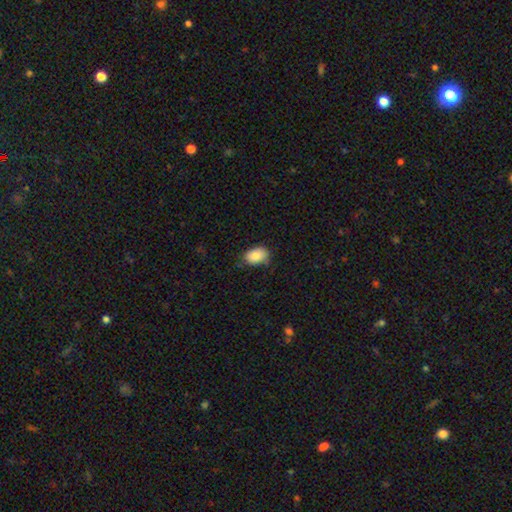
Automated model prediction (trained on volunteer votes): Smooth or featured: smooth — 87% (star or artifact — 7%)
How rounded: in between — 89% (round — 10%)
Merging: none — 75% (minor disturbance — 20%)